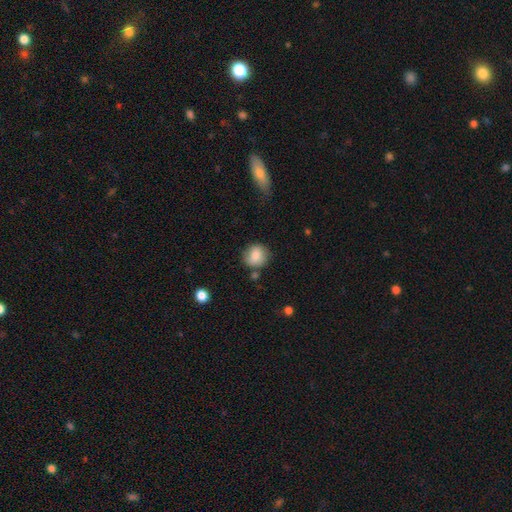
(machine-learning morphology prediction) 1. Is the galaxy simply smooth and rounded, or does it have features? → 83% smooth, 9% featured or disk, 8% star or artifact.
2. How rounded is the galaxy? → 80% round, 19% in between, 1% cigar-shaped.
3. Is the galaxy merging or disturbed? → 72% none, 18% minor disturbance, 5% merger, 5% major disturbance.